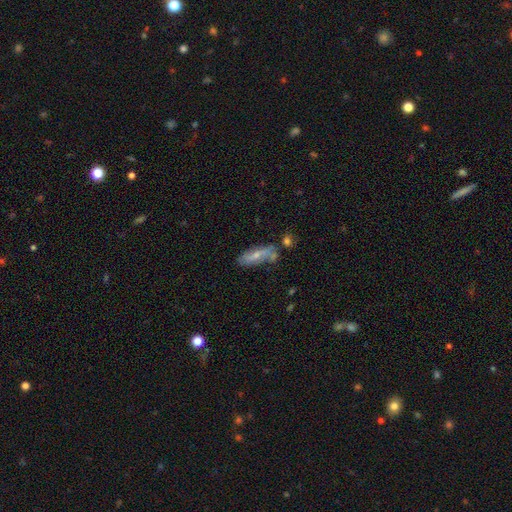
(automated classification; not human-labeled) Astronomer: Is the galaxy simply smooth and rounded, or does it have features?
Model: featured or disk — 47% (runner-up: smooth, 42%).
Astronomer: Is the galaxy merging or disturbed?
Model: none — 58%.